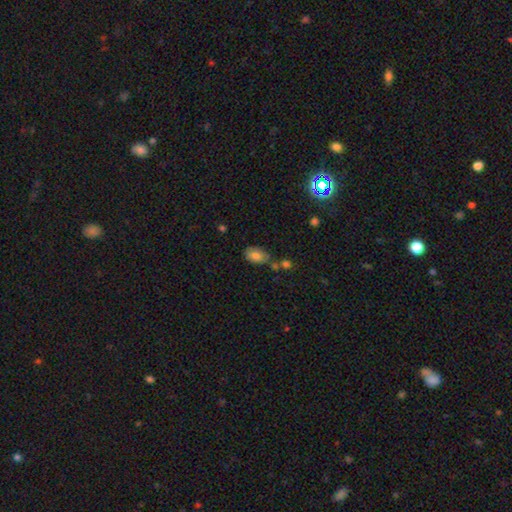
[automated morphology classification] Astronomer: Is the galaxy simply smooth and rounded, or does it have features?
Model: smooth — 79%.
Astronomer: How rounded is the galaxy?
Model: in between — 89%.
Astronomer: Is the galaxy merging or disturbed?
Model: none — 58%.